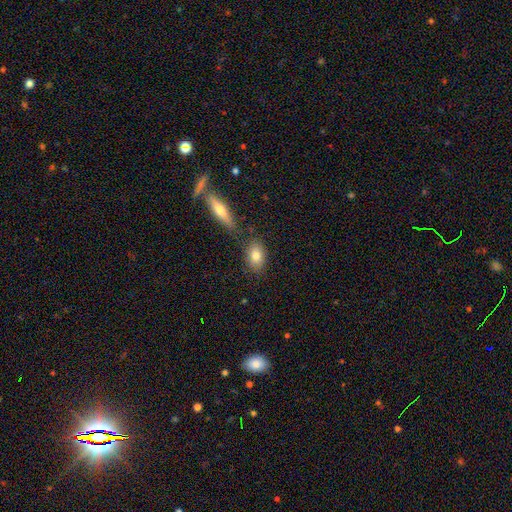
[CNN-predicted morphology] Smooth or featured? smooth (79%)
How rounded? in between (83%)
Merging? none (75%)